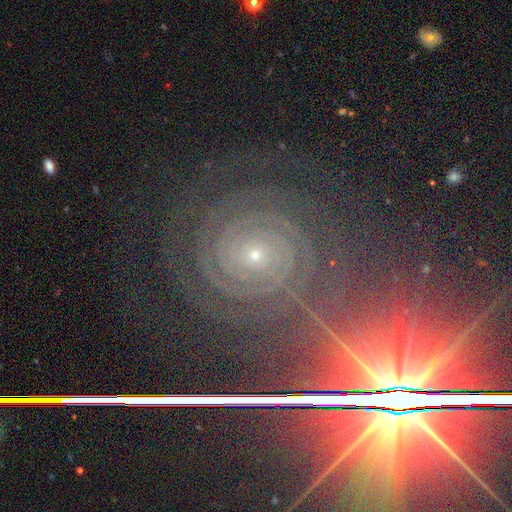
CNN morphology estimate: featured or disk 71%, star or artifact 22%, smooth 7%. Down the decision tree: edge-on disk — no (96%); bar — no (78%); spiral arms — yes (97%); spiral arm count — 2 (33%); spiral winding — tight (86%); bulge size — small (77%); merging — none (80%).